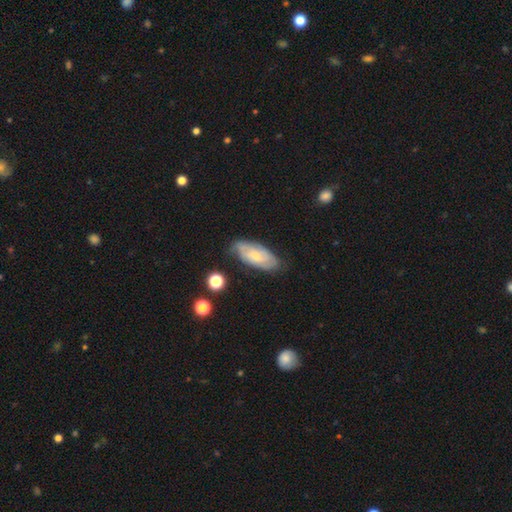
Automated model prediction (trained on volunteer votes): This is possibly a featured or disk galaxy (60%). It is clearly not viewed edge-on (91%). Bar: likely no (65%). Spiral arm pattern: clearly yes (85%). Central bulge: likely small (60%). Merging: likely none (70%).